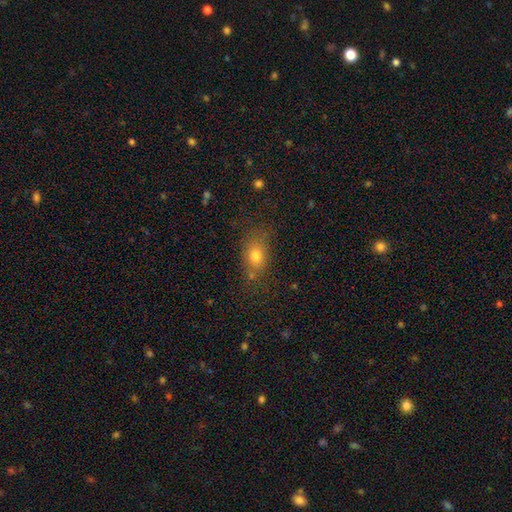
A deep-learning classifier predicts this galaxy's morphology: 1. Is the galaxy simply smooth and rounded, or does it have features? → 75% smooth, 14% star or artifact, 11% featured or disk.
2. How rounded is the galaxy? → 67% in between, 30% round, 3% cigar-shaped.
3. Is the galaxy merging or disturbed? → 70% none, 18% minor disturbance, 7% major disturbance, 5% merger.